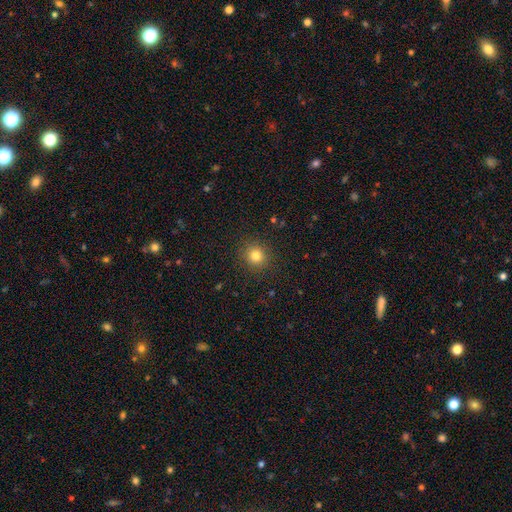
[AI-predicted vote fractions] The model was most divided on "smooth or featured": smooth: 81%, star or artifact: 14%, featured or disk: 6%. More confident: how rounded — round (91%); merging — none (91%).